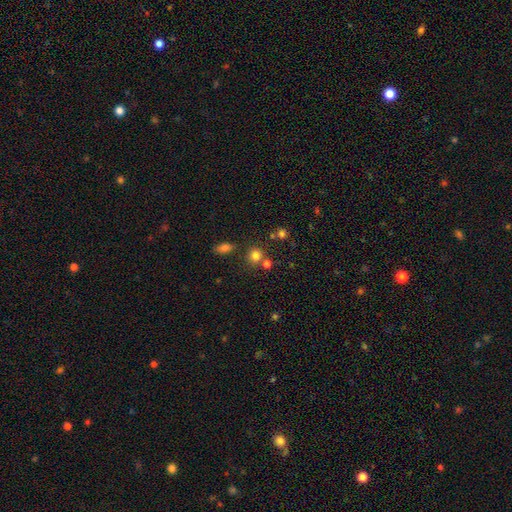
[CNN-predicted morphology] A smooth galaxy with no disk features (77%) that is round (86%). Merging: none (72%).